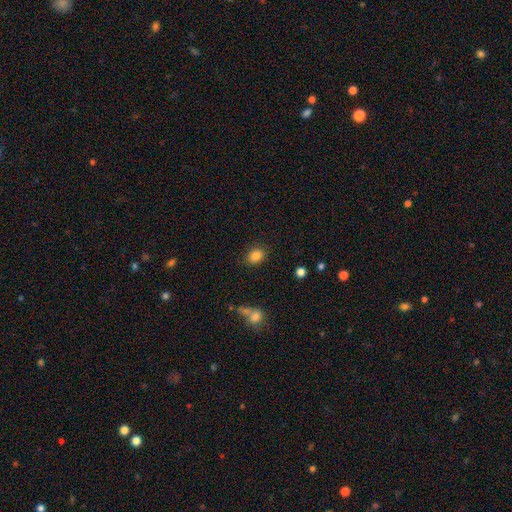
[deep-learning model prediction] smooth-or-featured: smooth: 84% | star or artifact: 11% | featured or disk: 6%
  how-rounded: round: 52% | in between: 47% | cigar-shaped: 1%
  merging: none: 84% | minor disturbance: 10% | major disturbance: 3% | merger: 2%